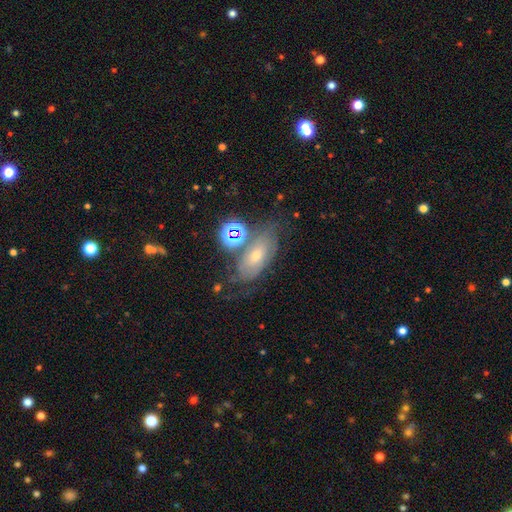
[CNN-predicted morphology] type=smooth (41%); merging=none (53%).